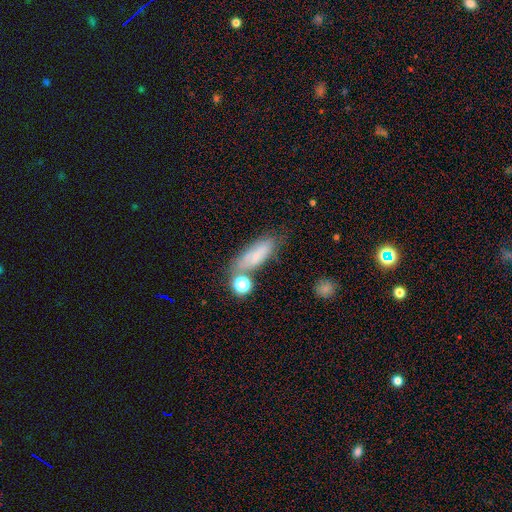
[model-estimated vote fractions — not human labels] smooth 69%, featured or disk 20%, star or artifact 11%. Down the decision tree: how rounded — in between (56%); merging — none (57%).